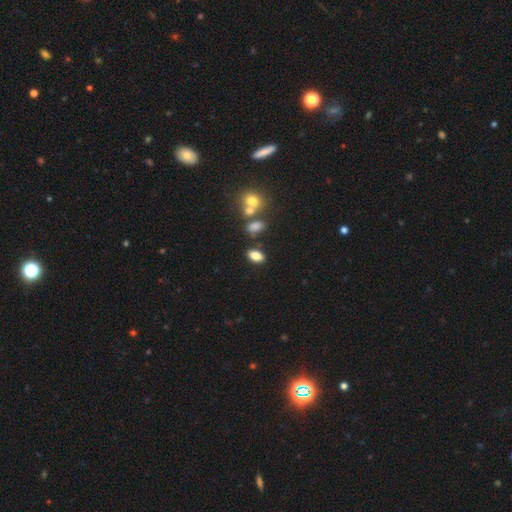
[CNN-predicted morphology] The model was most divided on "merging": none: 79%, minor disturbance: 10%, merger: 7%, major disturbance: 3%. More confident: how rounded — in between (88%); smooth or featured — smooth (81%).